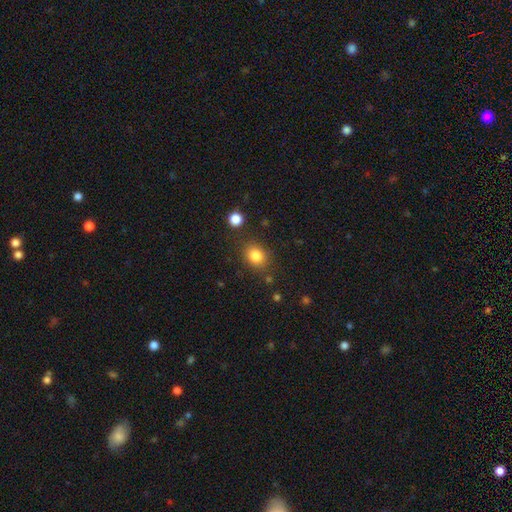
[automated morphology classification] smooth_or_featured: smooth (p=0.83) [alt: star or artifact p=0.11]
how_rounded: round (p=0.57) [alt: in between p=0.42]
merging: none (p=0.81) [alt: minor disturbance p=0.11]